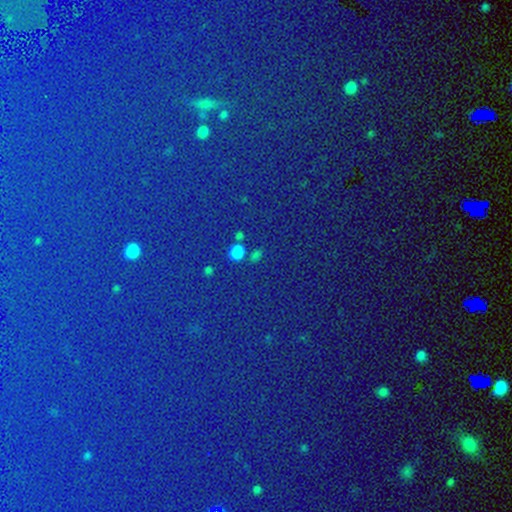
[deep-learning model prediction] A star or artifact, not a galaxy (79%).

Vote fractions:
- Smooth or featured? star or artifact: 79% / smooth: 12% / featured or disk: 8%